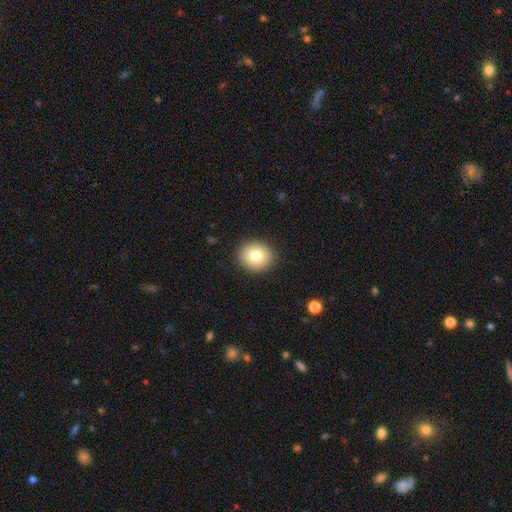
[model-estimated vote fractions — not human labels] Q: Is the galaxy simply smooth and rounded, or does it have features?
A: smooth — 79%.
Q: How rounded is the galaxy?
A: round — 76%.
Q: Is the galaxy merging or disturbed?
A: none — 91%.